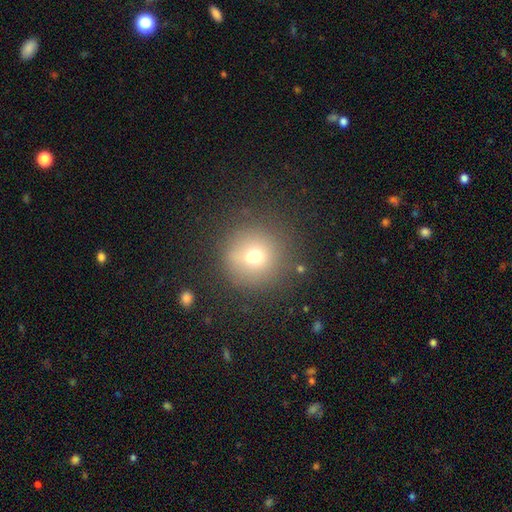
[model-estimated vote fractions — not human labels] Smooth or featured? Predicted: smooth (p=0.66). How rounded? Predicted: round (p=0.94). Merging? Predicted: none (p=0.70).